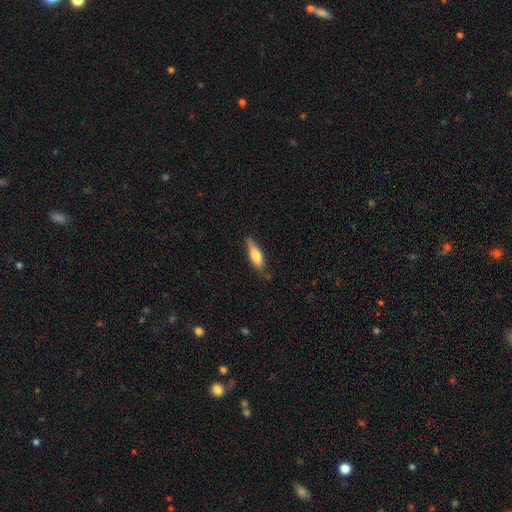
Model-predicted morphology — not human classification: Smooth or featured?
  - smooth: 63% *
  - featured or disk: 31%
  - star or artifact: 6%
How rounded?
  - cigar-shaped: 58% *
  - in between: 40%
  - round: 2%
Merging?
  - none: 75% *
  - minor disturbance: 20%
  - major disturbance: 3%
  - merger: 2%